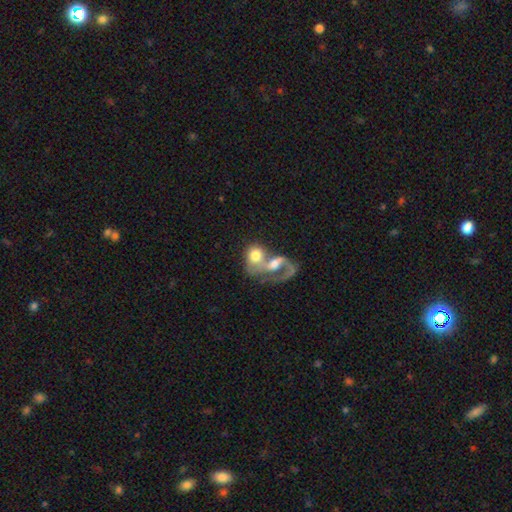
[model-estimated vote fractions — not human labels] Smooth or featured? Predicted: featured or disk (p=0.48). Merging? Predicted: merger (p=0.77).